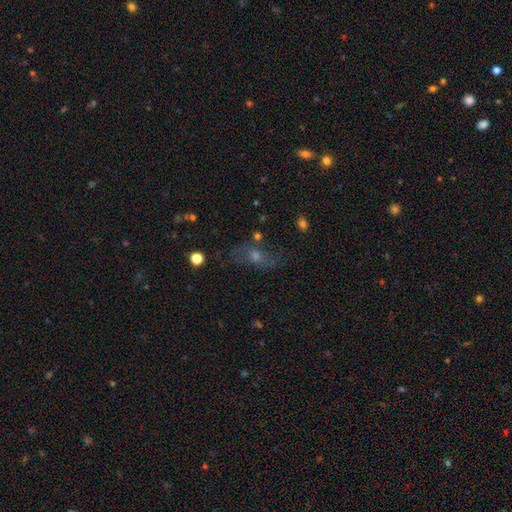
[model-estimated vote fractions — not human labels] smooth_or_featured: smooth (p=0.37) [tied with: featured or disk p=0.37]
merging: none (p=0.64) [alt: minor disturbance p=0.18]